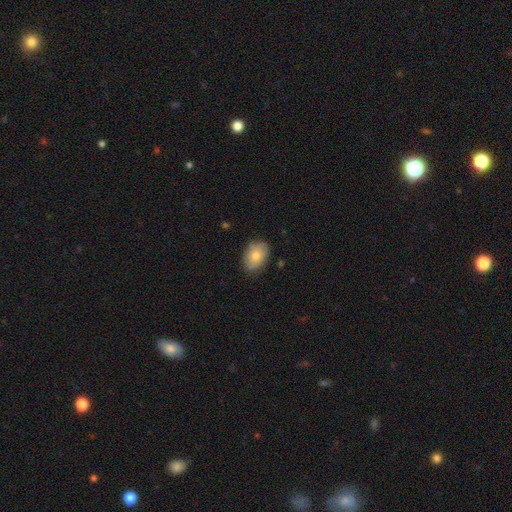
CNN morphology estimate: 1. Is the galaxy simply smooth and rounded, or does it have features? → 78% smooth, 16% featured or disk, 7% star or artifact.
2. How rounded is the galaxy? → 83% in between, 16% round, 1% cigar-shaped.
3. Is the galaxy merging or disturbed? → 79% none, 17% minor disturbance, 3% major disturbance, 1% merger.